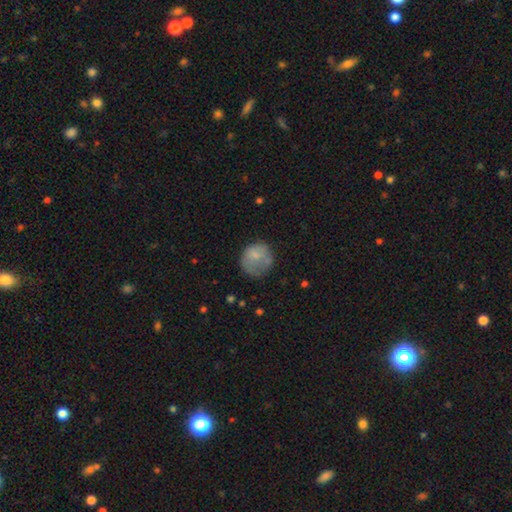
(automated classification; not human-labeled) smooth 73%, featured or disk 19%, star or artifact 9%. Down the decision tree: how rounded — round (82%); merging — none (52%).